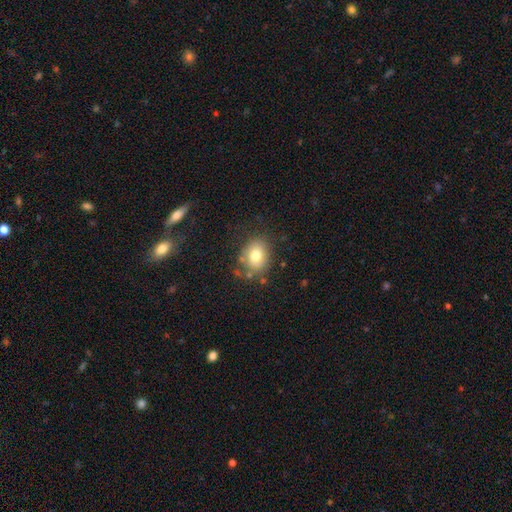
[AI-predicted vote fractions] The model was most divided on "how rounded": round: 53%, in between: 46%, cigar-shaped: 1%. More confident: smooth or featured — smooth (76%); merging — none (75%).